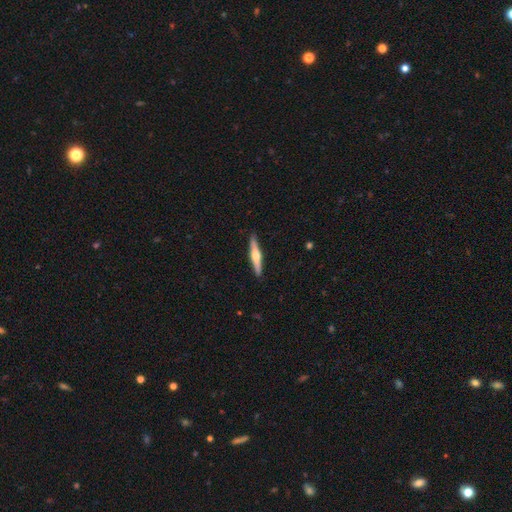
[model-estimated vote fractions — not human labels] Smooth or featured? Predicted: featured or disk (p=0.63). Edge-on disk? Predicted: yes (p=0.97). Edge-on bulge? Predicted: rounded (p=0.92). Merging? Predicted: none (p=0.91).